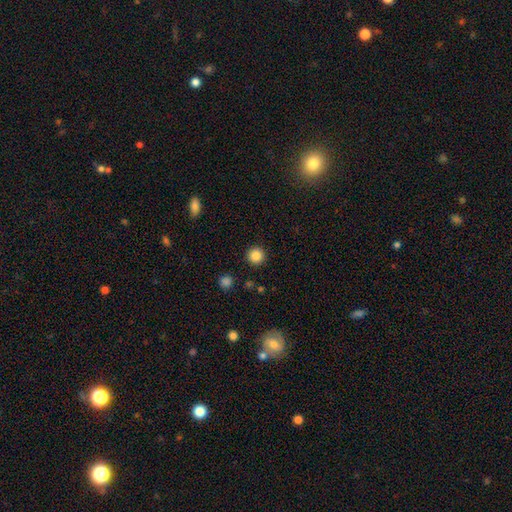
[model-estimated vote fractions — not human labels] smooth 86%, star or artifact 11%, featured or disk 3%. Down the decision tree: how rounded — round (96%); merging — none (92%).